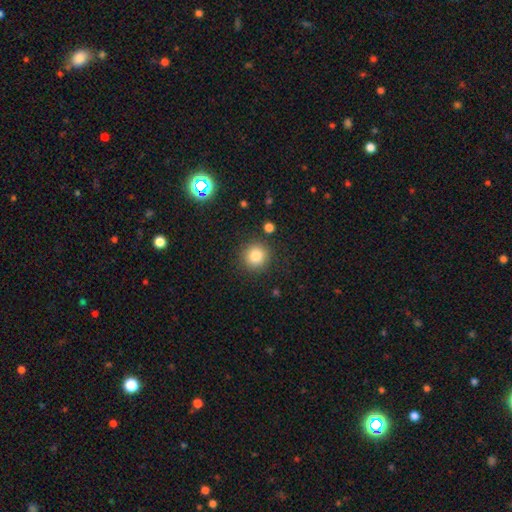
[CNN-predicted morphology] type=smooth (82%); roundness=round (93%); merging=none (88%).